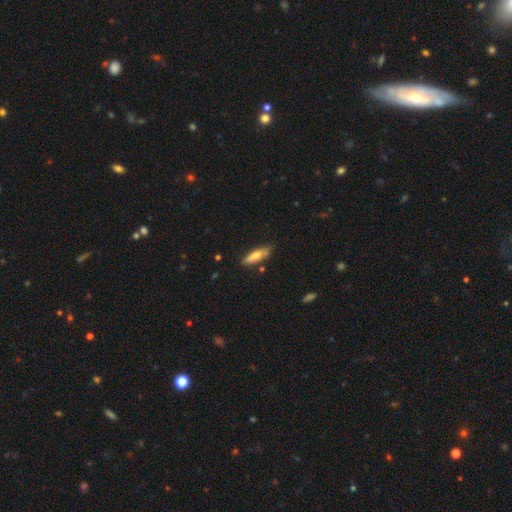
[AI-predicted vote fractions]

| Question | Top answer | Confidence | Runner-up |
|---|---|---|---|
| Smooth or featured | smooth | 72% | featured or disk (22%) |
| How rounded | cigar-shaped | 60% | in between (39%) |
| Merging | none | 73% | minor disturbance (21%) |